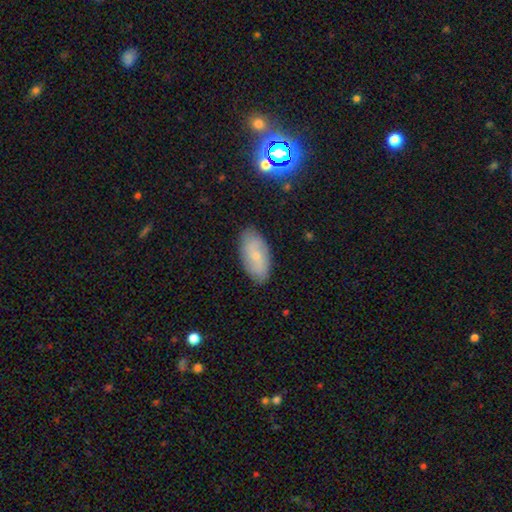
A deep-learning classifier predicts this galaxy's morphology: smooth-or-featured: smooth: 54% | featured or disk: 37% | star or artifact: 9%
  how-rounded: in between: 90% | cigar-shaped: 6% | round: 3%
  merging: none: 84% | minor disturbance: 12% | major disturbance: 3% | merger: 1%